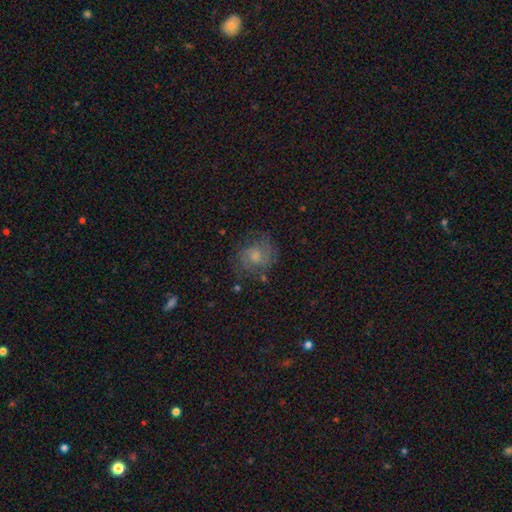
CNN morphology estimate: Overall: featured or disk (58%; smooth 31%). Edge-on disk: no (97%). Bar: no (64%; weak 32%). Spiral arms: yes (86%). Bulge size: small (44%; moderate 41%). Merging: none (69%).